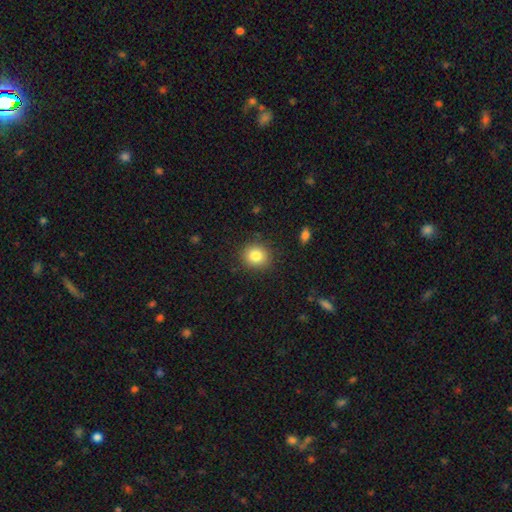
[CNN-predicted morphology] Q: Smooth or featured?
A: smooth (83%); runner-up: star or artifact (10%)
Q: How rounded?
A: round (80%); runner-up: in between (19%)
Q: Merging?
A: none (88%); runner-up: minor disturbance (8%)